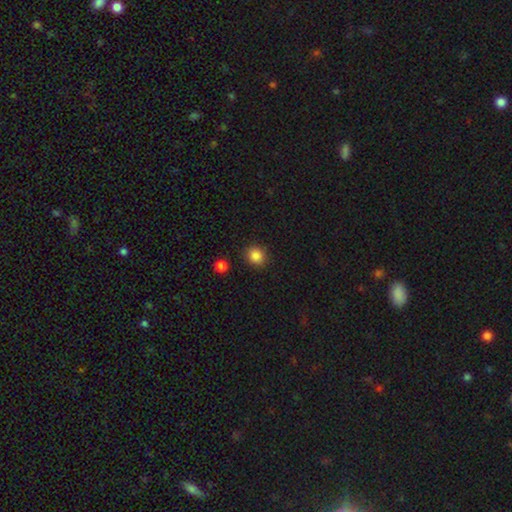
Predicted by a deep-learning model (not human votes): This appears to be a smooth galaxy with no disk features (86%) that is round (81%). Merging: none (89%).